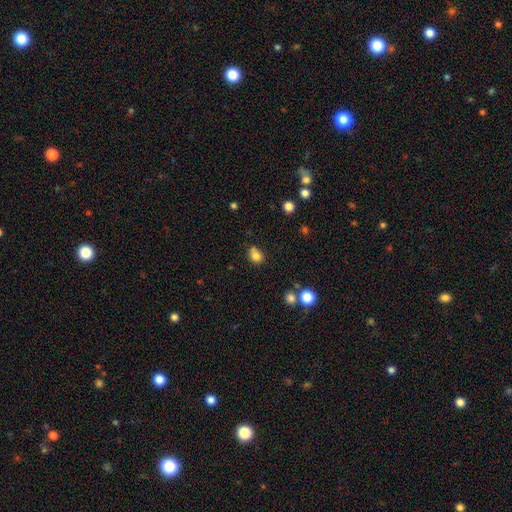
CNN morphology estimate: A smooth galaxy with no disk features (80%) that is round (51%).

Vote fractions:
- Smooth or featured? smooth: 80% / star or artifact: 12% / featured or disk: 8%
- How rounded? round: 51% / in between: 48% / cigar-shaped: 1%
- Merging? none: 58% / minor disturbance: 24% / merger: 12% / major disturbance: 6%